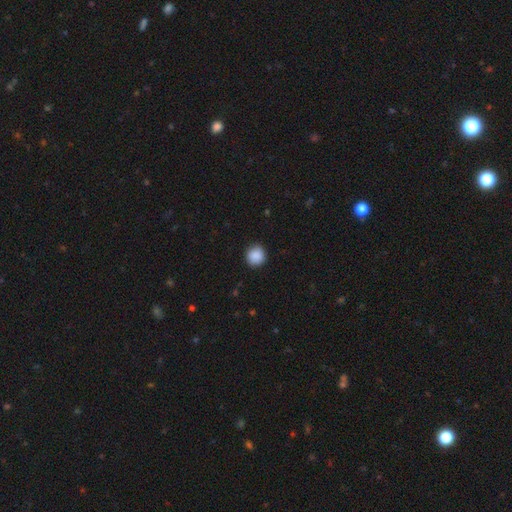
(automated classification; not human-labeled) The model was most divided on "smooth or featured": smooth: 89%, star or artifact: 8%, featured or disk: 3%. More confident: how rounded — round (92%); merging — none (90%).